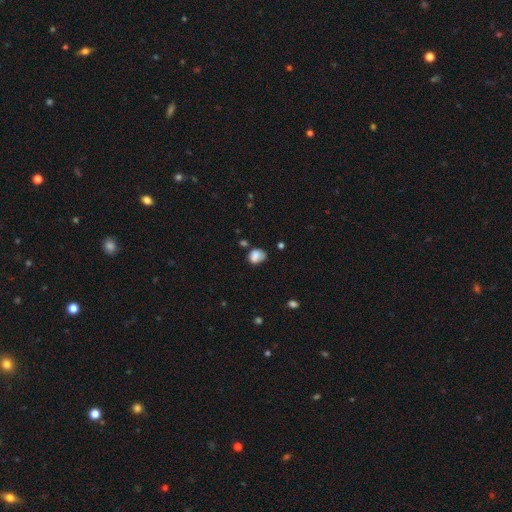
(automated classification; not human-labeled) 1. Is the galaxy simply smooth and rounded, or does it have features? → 80% smooth, 10% featured or disk, 10% star or artifact.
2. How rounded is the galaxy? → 56% in between, 43% round, 1% cigar-shaped.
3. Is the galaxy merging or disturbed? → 51% none, 30% minor disturbance, 10% major disturbance, 8% merger.